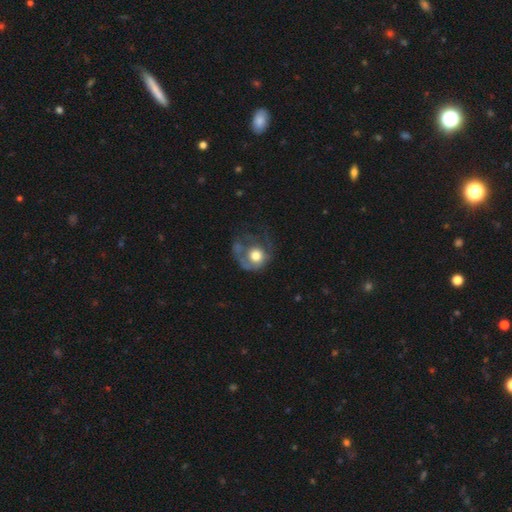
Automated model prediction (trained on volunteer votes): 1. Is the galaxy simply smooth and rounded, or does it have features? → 48% smooth, 44% featured or disk, 8% star or artifact.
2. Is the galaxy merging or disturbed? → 51% major disturbance, 25% none, 20% minor disturbance, 4% merger.